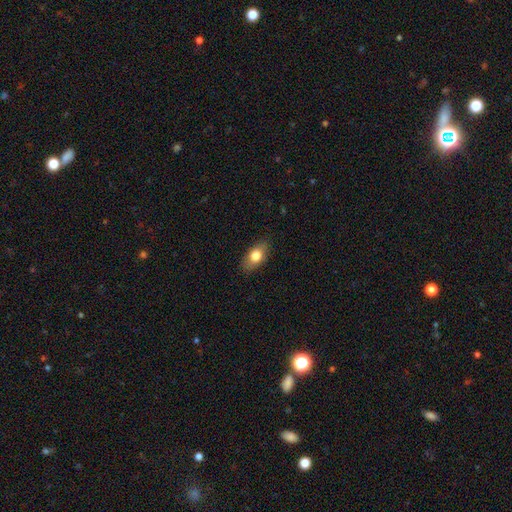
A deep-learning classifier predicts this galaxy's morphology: smooth_or_featured: smooth (p=0.76) [alt: featured or disk p=0.17]
how_rounded: in between (p=0.85) [alt: round p=0.09]
merging: none (p=0.84) [alt: minor disturbance p=0.12]